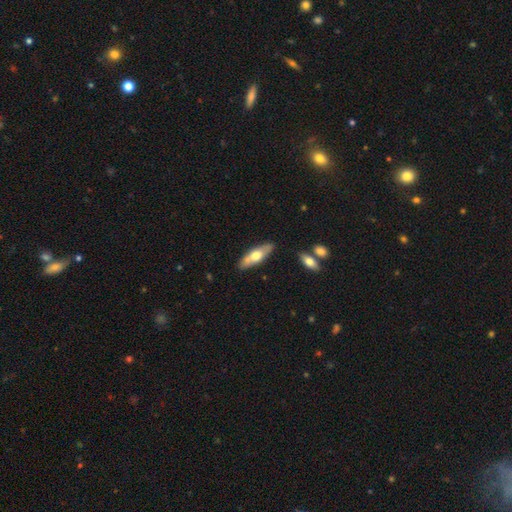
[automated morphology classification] type=smooth (51%); roundness=in between (51%); merging=none (81%).